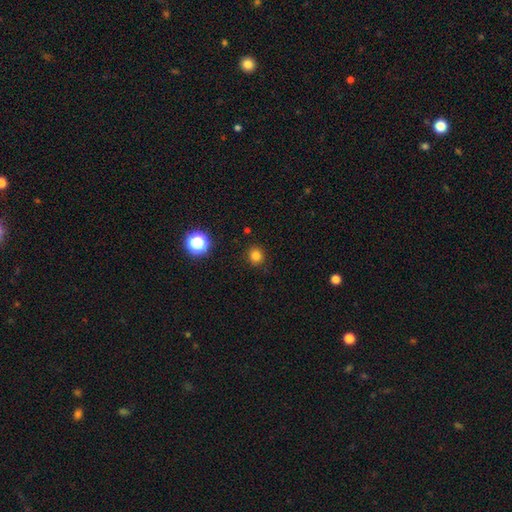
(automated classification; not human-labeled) Smooth or featured? Predicted: smooth (p=0.80). How rounded? Predicted: round (p=0.88). Merging? Predicted: none (p=0.90).